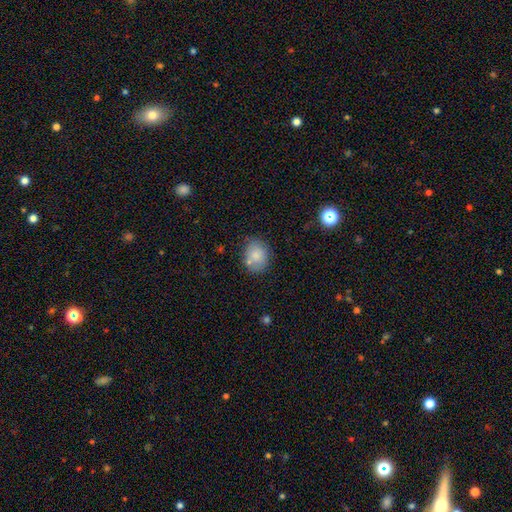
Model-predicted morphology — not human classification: Smooth or featured? Predicted: smooth (p=0.81). How rounded? Predicted: round (p=0.54). Merging? Predicted: none (p=0.71).